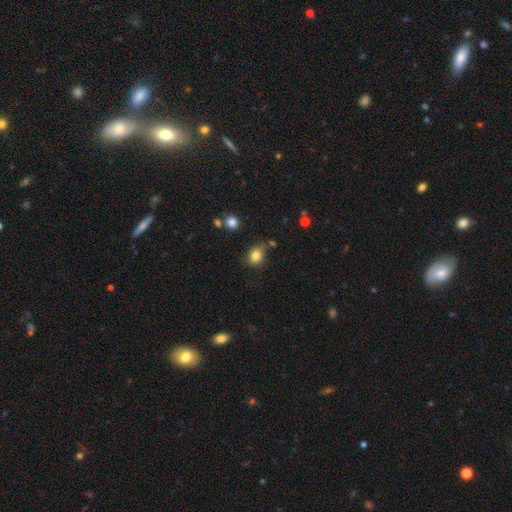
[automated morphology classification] This is clearly a smooth galaxy (82%). How rounded: possibly round (57%). Merging: likely none (70%).